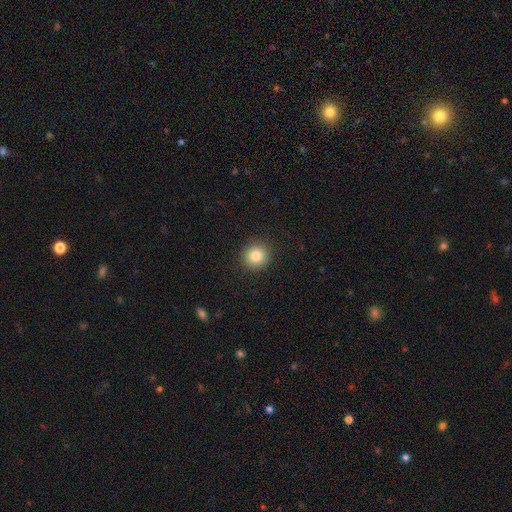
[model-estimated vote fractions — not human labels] This appears to be a smooth galaxy with no disk features (84%) that is round (89%). Merging: none (91%).